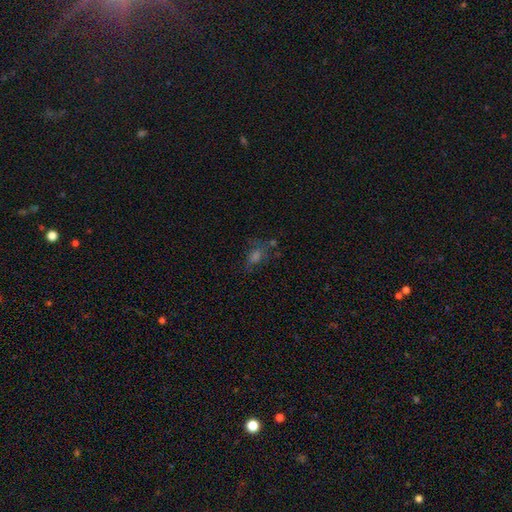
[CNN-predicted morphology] This appears to be a smooth galaxy with no disk features (40%). Merging: none (57%).